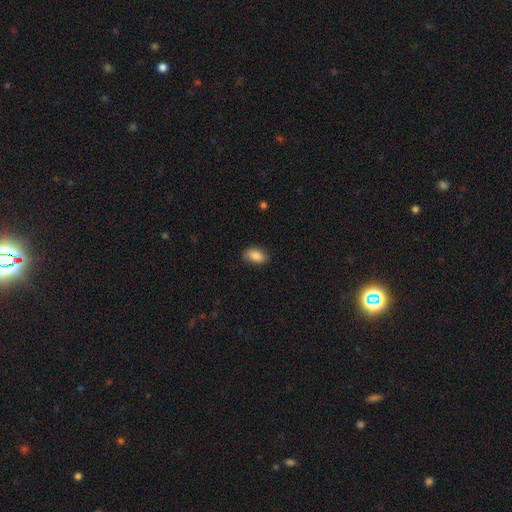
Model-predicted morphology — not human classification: Smooth or featured? smooth (88%)
How rounded? in between (92%)
Merging? none (85%)